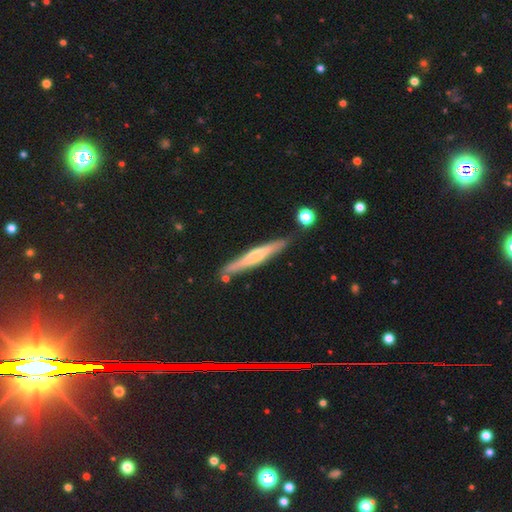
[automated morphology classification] The model was most divided on "smooth or featured": featured or disk: 51%, smooth: 43%, star or artifact: 6%. More confident: edge-on disk — yes (95%); merging — none (81%).